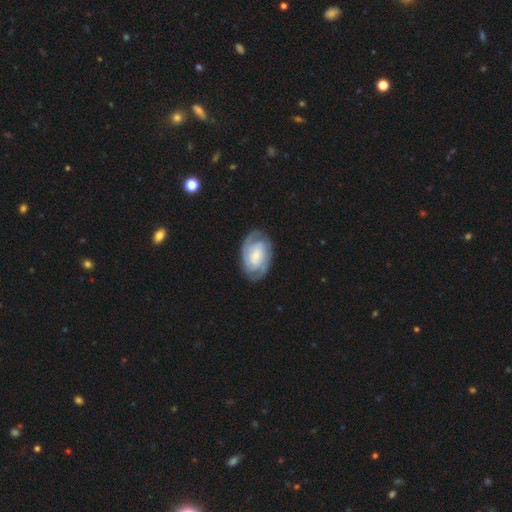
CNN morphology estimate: This is likely a featured or disk galaxy (78%). It is clearly not viewed edge-on (97%). Bar: possibly no (46%). Spiral arm pattern: clearly yes (94%). Spiral arm count: possibly 2 (52%). Spiral winding: likely tight (61%). Central bulge: possibly small (58%). Merging: likely none (78%).